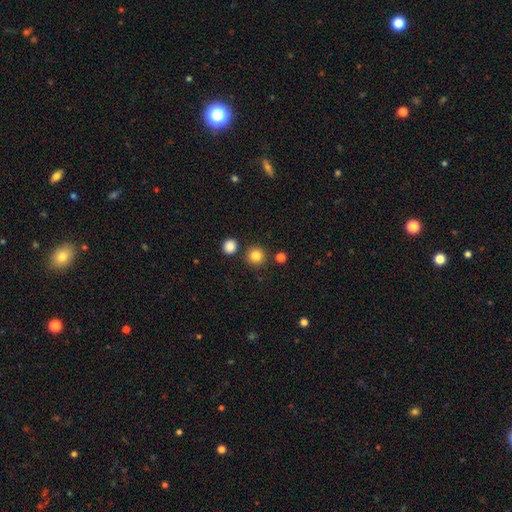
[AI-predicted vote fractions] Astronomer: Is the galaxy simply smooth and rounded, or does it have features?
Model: smooth — 83%.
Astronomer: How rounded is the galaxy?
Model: round — 94%.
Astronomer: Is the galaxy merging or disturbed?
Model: none — 85%.